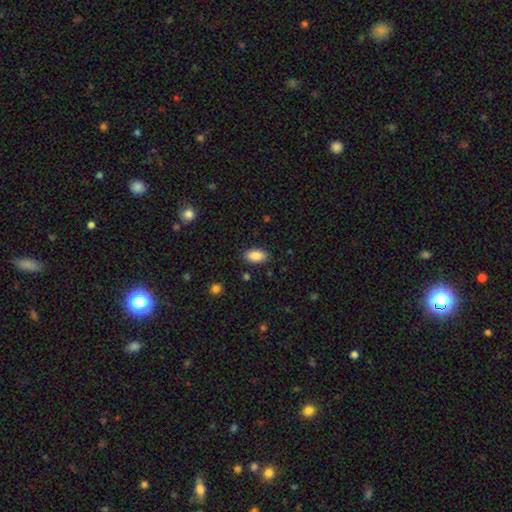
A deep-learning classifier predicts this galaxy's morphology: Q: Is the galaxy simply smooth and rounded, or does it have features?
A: smooth — 88%.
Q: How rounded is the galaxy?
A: in between — 93%.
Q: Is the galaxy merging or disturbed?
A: none — 86%.